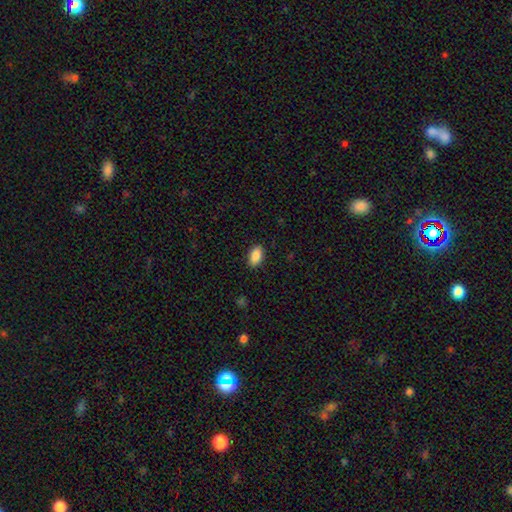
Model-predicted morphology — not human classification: Smooth or featured? Predicted: smooth (p=0.89). How rounded? Predicted: in between (p=0.92). Merging? Predicted: none (p=0.87).